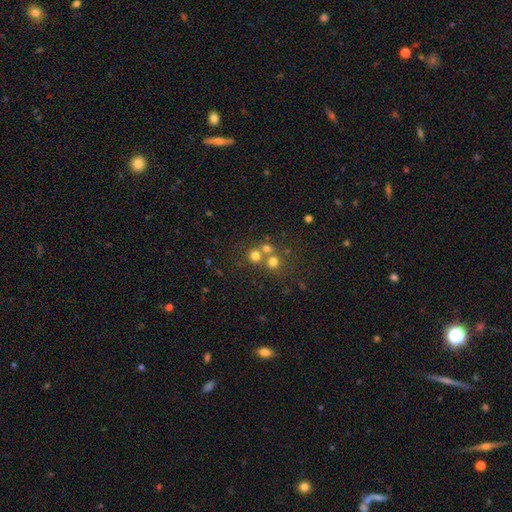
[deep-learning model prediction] The model was most divided on "merging": none: 52%, merger: 40%, minor disturbance: 5%, major disturbance: 3%. More confident: how rounded — round (89%); smooth or featured — smooth (69%).